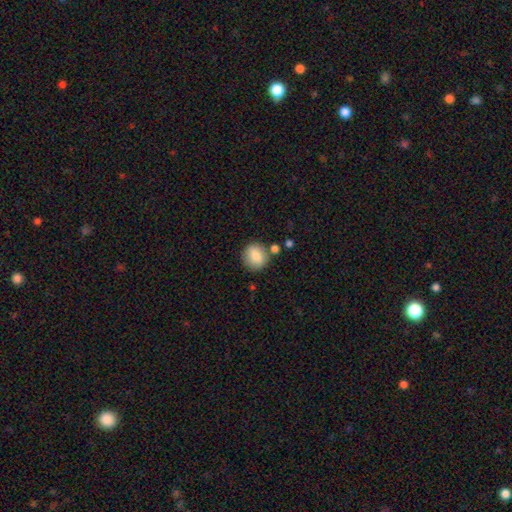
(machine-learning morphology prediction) smooth 81%, featured or disk 11%, star or artifact 8%. Down the decision tree: how rounded — round (85%); merging — none (75%).